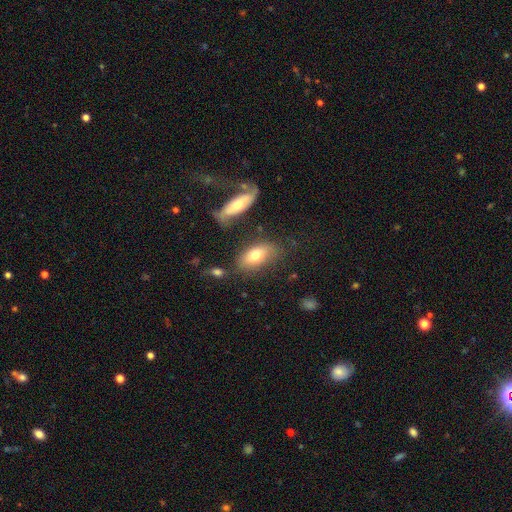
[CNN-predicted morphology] This is likely a smooth galaxy (73%). How rounded: clearly in between (88%). Merging: likely none (64%).